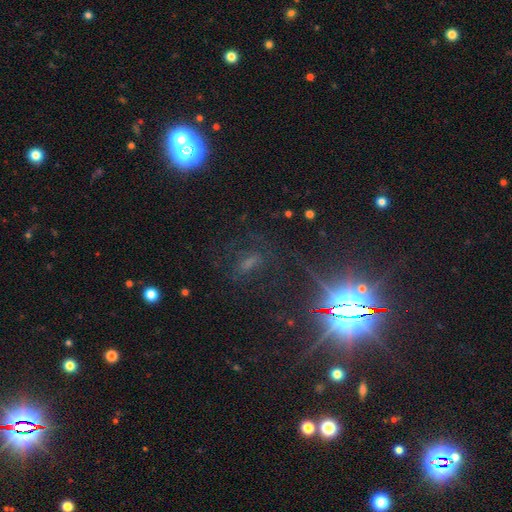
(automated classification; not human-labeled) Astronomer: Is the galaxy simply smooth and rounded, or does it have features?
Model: star or artifact — 67%.